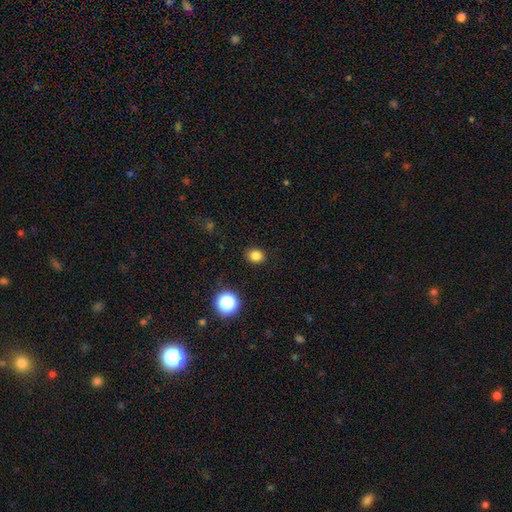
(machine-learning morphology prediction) smooth 82%, star or artifact 14%, featured or disk 4%. Down the decision tree: how rounded — round (66%); merging — none (90%).